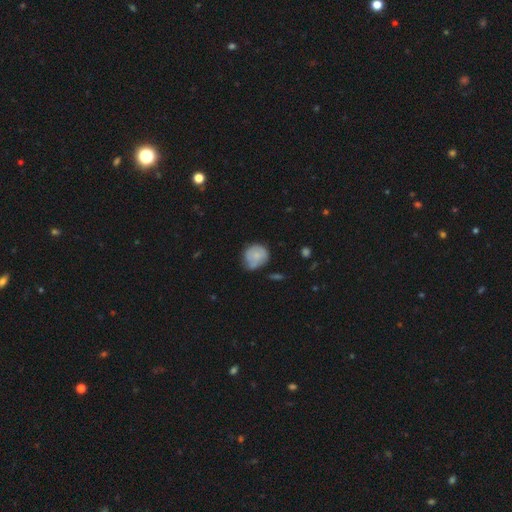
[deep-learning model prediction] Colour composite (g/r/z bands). It shows a smooth galaxy with no disk features (72%) that is round (78%). Merging: none (51%).